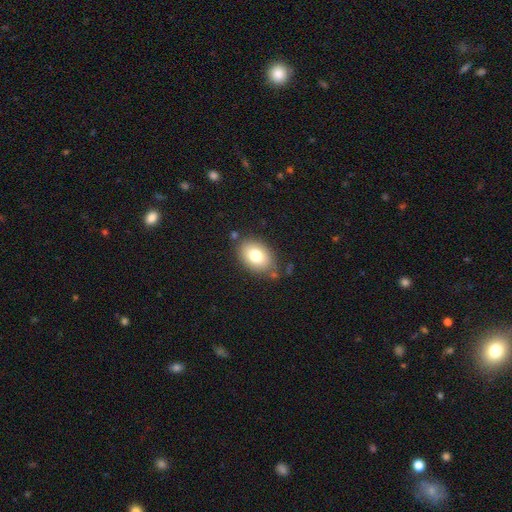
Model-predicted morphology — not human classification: This is likely a smooth galaxy (78%). How rounded: clearly in between (80%). Merging: likely none (77%).